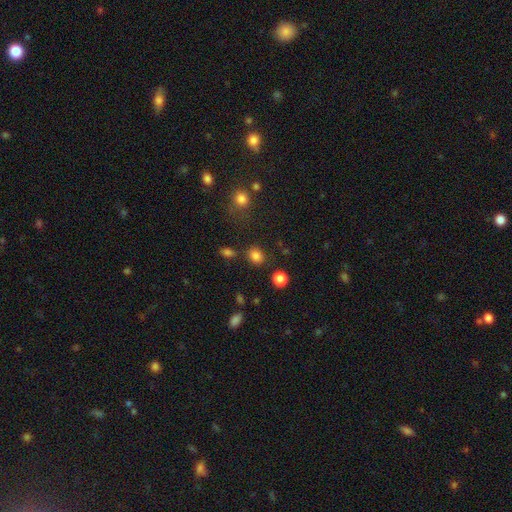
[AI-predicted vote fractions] Q: Smooth or featured?
A: smooth (82%); runner-up: star or artifact (13%)
Q: How rounded?
A: round (64%); runner-up: in between (35%)
Q: Merging?
A: none (80%); runner-up: minor disturbance (10%)